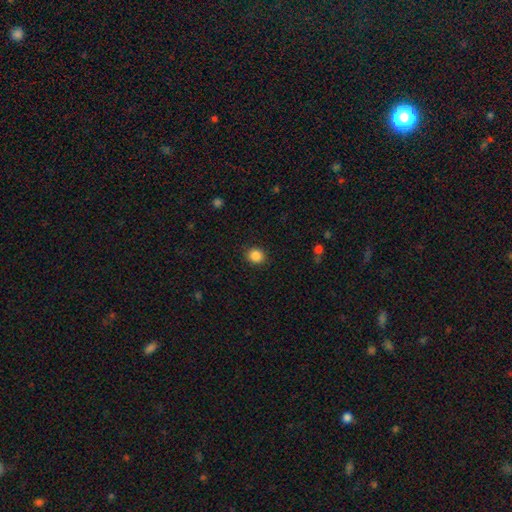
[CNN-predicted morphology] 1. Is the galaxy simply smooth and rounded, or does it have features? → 87% smooth, 10% star or artifact, 3% featured or disk.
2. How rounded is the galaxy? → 79% round, 20% in between, 1% cigar-shaped.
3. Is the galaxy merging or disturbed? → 90% none, 7% minor disturbance, 2% major disturbance, 1% merger.